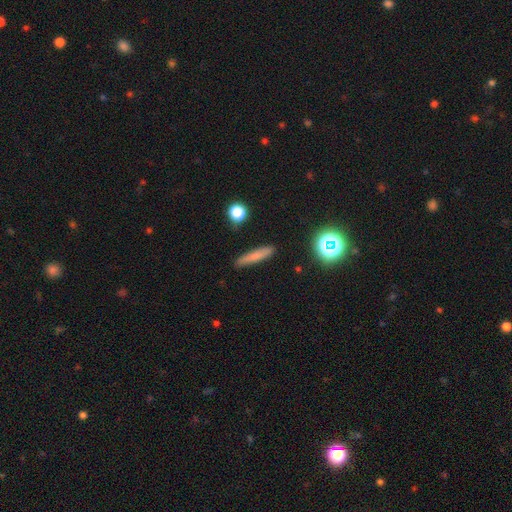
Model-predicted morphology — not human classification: The model was most divided on "smooth or featured": smooth: 72%, featured or disk: 17%, star or artifact: 11%. More confident: how rounded — cigar-shaped (88%); merging — none (88%).